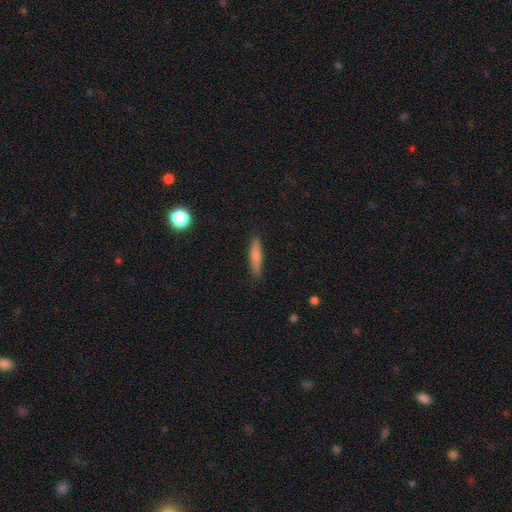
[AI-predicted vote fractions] Morphology: type=smooth (76%); roundness=cigar-shaped (80%); merging=none (85%).